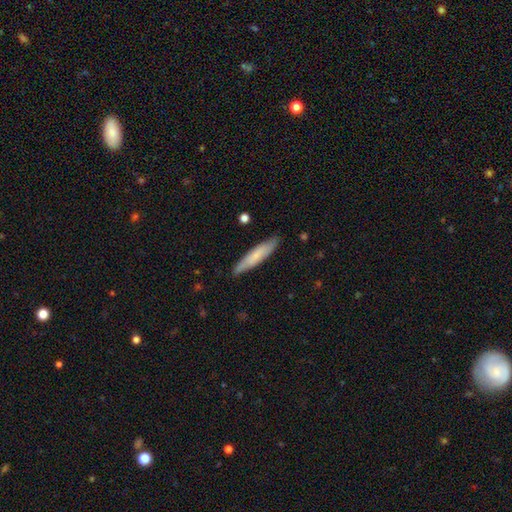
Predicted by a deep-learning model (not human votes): smooth_or_featured: smooth (p=0.67) [alt: featured or disk p=0.28]
how_rounded: cigar-shaped (p=0.87) [alt: in between p=0.12]
merging: none (p=0.86) [alt: minor disturbance p=0.11]